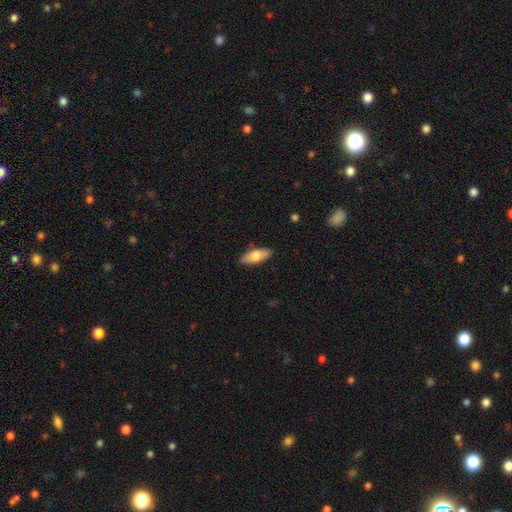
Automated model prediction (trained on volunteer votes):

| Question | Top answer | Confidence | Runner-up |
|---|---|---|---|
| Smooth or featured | smooth | 76% | featured or disk (18%) |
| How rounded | in between | 78% | cigar-shaped (20%) |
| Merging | none | 88% | minor disturbance (9%) |